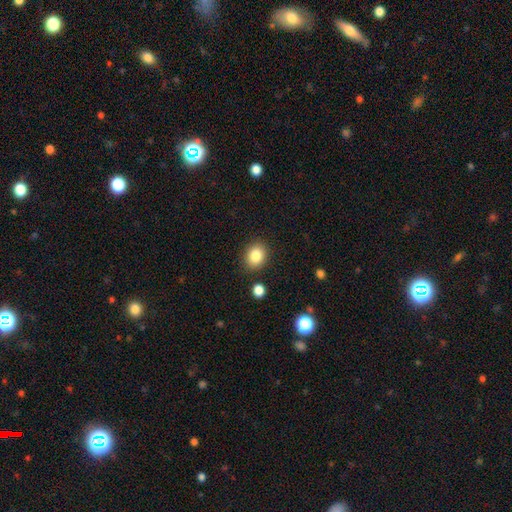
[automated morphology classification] This appears to be a smooth galaxy with no disk features (84%) that is round (58%). Merging: none (87%).